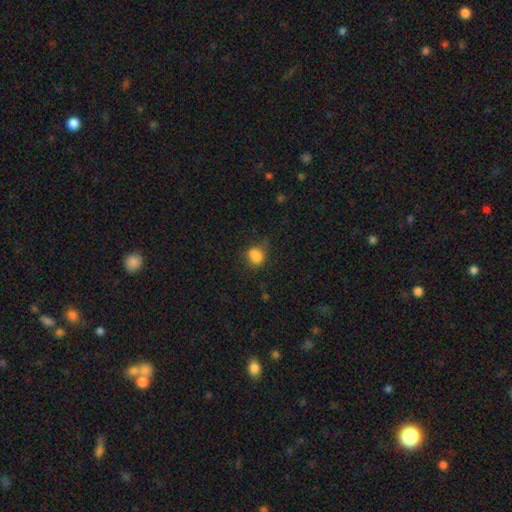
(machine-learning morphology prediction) smooth 82%, star or artifact 11%, featured or disk 7%. Down the decision tree: how rounded — in between (52%); merging — none (53%).